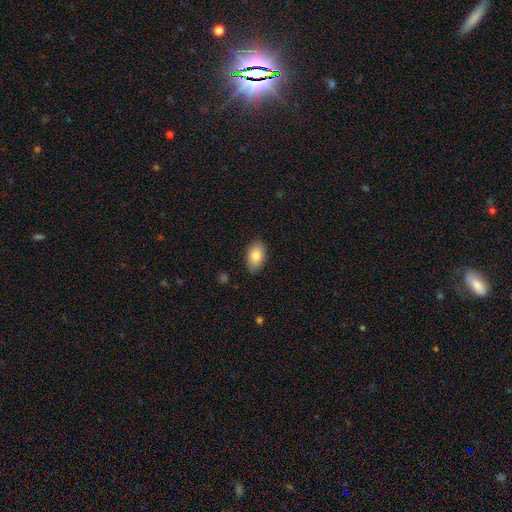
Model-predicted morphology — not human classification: A smooth galaxy with no disk features (84%) that is in between round and cigar-shaped (91%). Merging: none (85%).